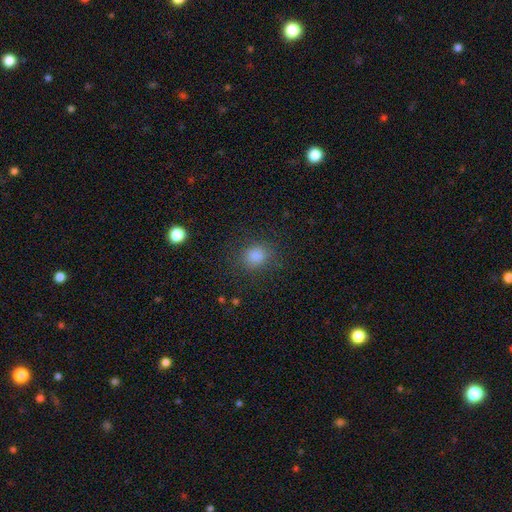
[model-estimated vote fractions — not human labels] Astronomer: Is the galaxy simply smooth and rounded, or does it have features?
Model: smooth — 82%.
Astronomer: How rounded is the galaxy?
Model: round — 76%.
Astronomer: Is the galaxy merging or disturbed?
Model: none — 84%.